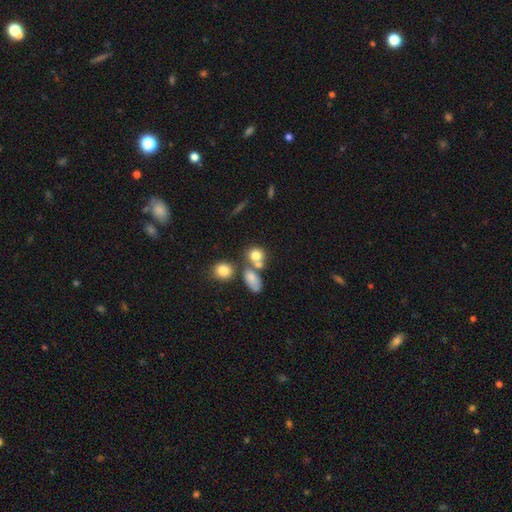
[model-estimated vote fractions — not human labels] Q: Smooth or featured?
A: smooth (76%); runner-up: star or artifact (12%)
Q: How rounded?
A: round (70%); runner-up: in between (28%)
Q: Merging?
A: none (48%); runner-up: merger (36%)